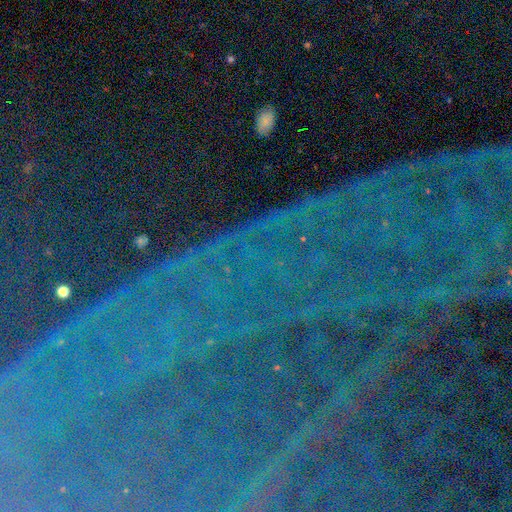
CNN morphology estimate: Smooth or featured: star or artifact — 88% (featured or disk — 7%)